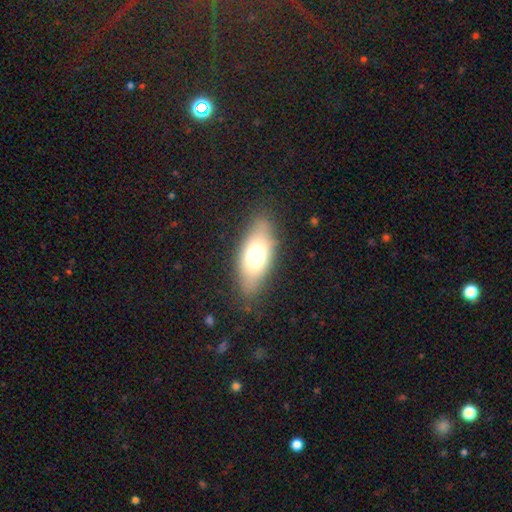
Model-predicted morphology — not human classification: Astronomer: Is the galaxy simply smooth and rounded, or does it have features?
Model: smooth — 69%.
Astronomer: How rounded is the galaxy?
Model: in between — 81%.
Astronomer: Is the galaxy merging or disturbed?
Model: none — 79%.